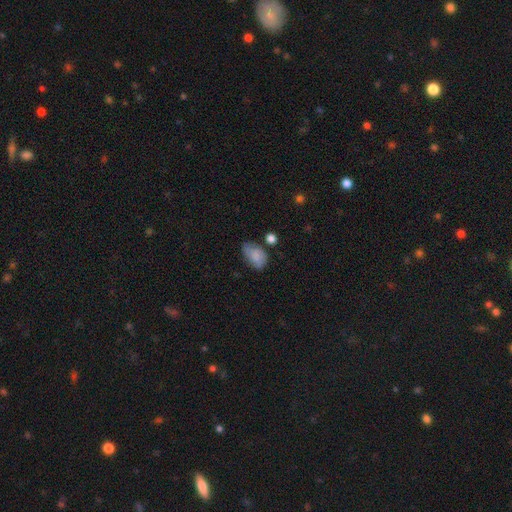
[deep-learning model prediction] Smooth or featured?
  - smooth: 76% *
  - featured or disk: 15%
  - star or artifact: 8%
How rounded?
  - in between: 84% *
  - round: 15%
  - cigar-shaped: 1%
Merging?
  - none: 48% *
  - minor disturbance: 33%
  - major disturbance: 11%
  - merger: 8%